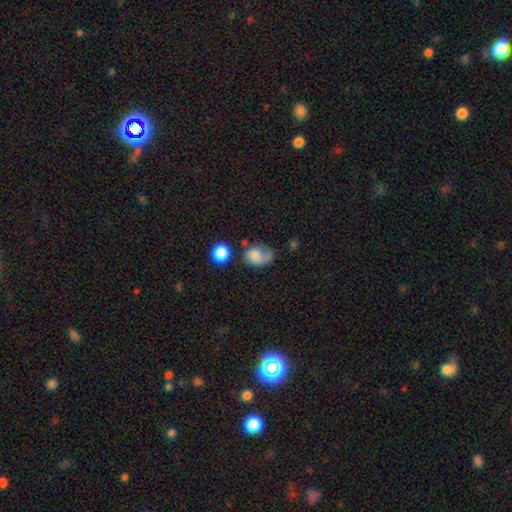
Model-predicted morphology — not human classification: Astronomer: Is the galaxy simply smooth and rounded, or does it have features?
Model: smooth — 63%.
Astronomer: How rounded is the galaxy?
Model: in between — 58% (runner-up: round, 41%).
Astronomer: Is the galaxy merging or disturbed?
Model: none — 35% (runner-up: major disturbance, 29%).